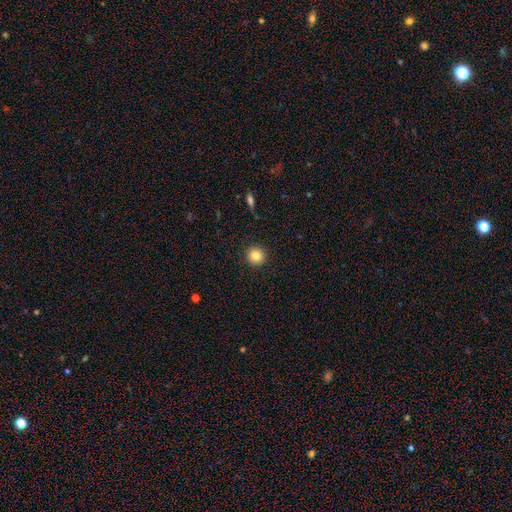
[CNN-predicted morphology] Smooth or featured? Predicted: smooth (p=0.84). How rounded? Predicted: round (p=0.95). Merging? Predicted: none (p=0.92).